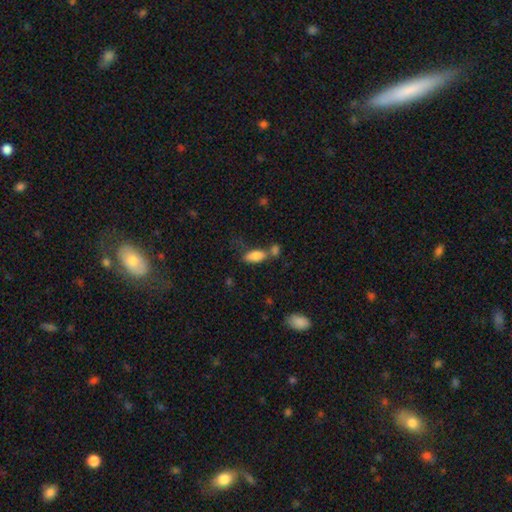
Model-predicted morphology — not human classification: Q: Smooth or featured?
A: smooth (83%); runner-up: featured or disk (9%)
Q: How rounded?
A: in between (87%); runner-up: cigar-shaped (10%)
Q: Merging?
A: none (42%); runner-up: merger (36%)